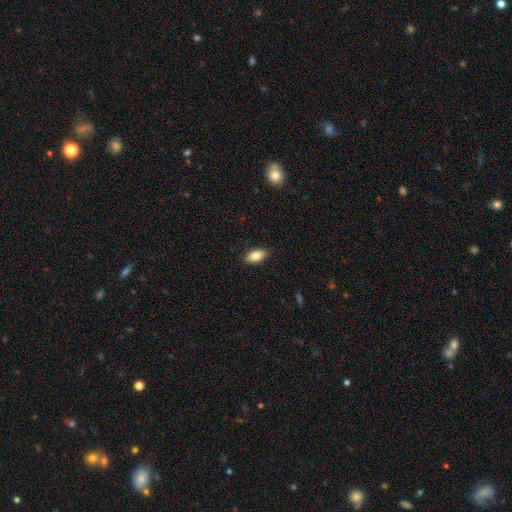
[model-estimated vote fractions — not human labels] Smooth or featured? Predicted: smooth (p=0.84). How rounded? Predicted: in between (p=0.90). Merging? Predicted: none (p=0.88).